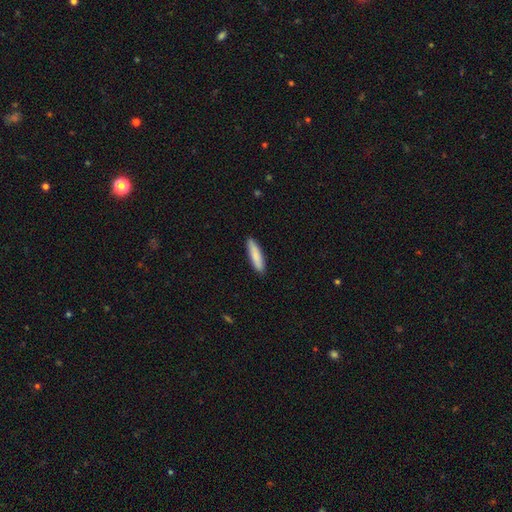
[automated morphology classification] smooth_or_featured: smooth (p=0.86) [alt: featured or disk p=0.09]
how_rounded: cigar-shaped (p=0.79) [alt: in between p=0.20]
merging: none (p=0.89) [alt: minor disturbance p=0.08]